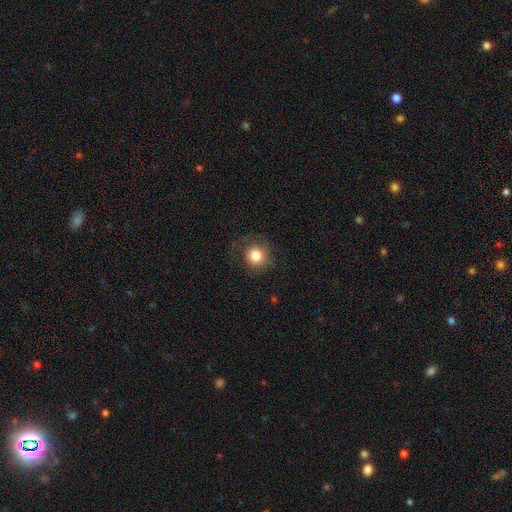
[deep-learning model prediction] Smooth or featured: smooth — 82% (star or artifact — 10%)
How rounded: round — 91% (in between — 8%)
Merging: none — 76% (minor disturbance — 15%)